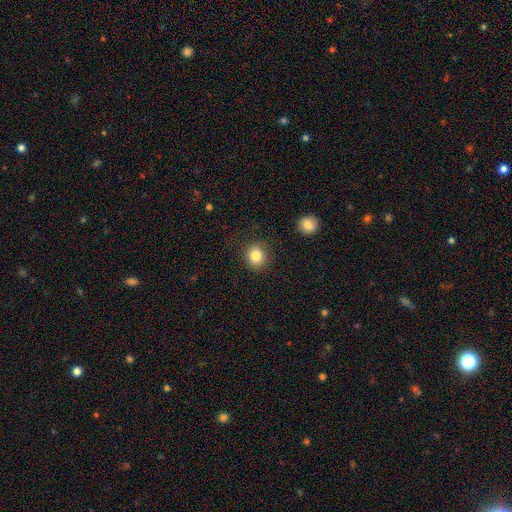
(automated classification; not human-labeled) Smooth or featured?
  - smooth: 83% *
  - star or artifact: 10%
  - featured or disk: 6%
How rounded?
  - round: 82% *
  - in between: 17%
  - cigar-shaped: 1%
Merging?
  - none: 85% *
  - minor disturbance: 9%
  - major disturbance: 3%
  - merger: 2%